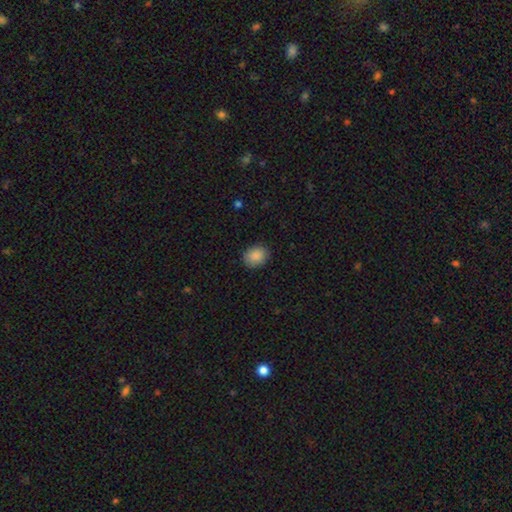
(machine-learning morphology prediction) type=smooth (88%); roundness=round (51%); merging=none (87%).